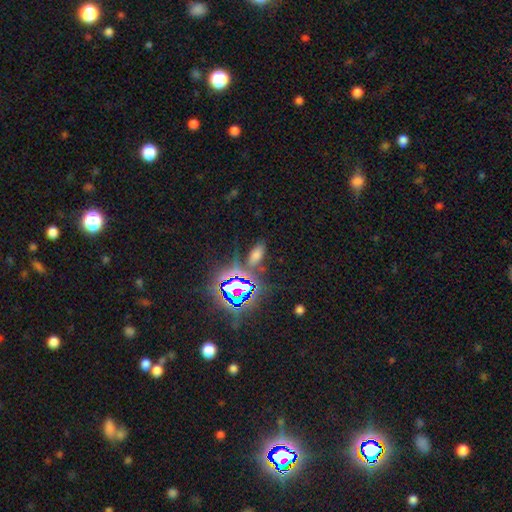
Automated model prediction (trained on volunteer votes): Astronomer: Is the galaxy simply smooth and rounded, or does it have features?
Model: smooth — 47% (runner-up: star or artifact, 44%).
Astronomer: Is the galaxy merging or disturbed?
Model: none — 75%.